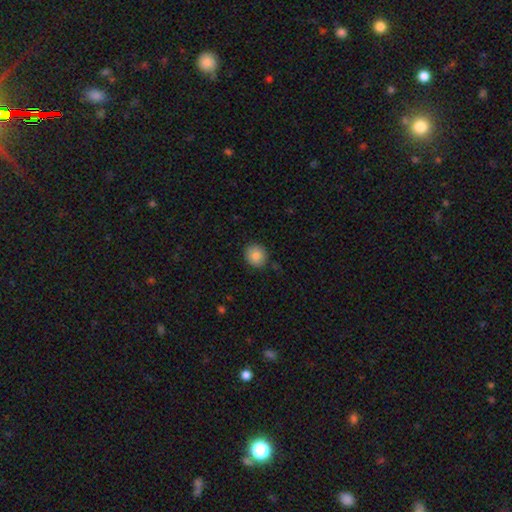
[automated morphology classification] Smooth or featured?
  - smooth: 83% *
  - featured or disk: 9%
  - star or artifact: 9%
How rounded?
  - round: 83% *
  - in between: 16%
  - cigar-shaped: 1%
Merging?
  - none: 89% *
  - minor disturbance: 8%
  - major disturbance: 2%
  - merger: 1%